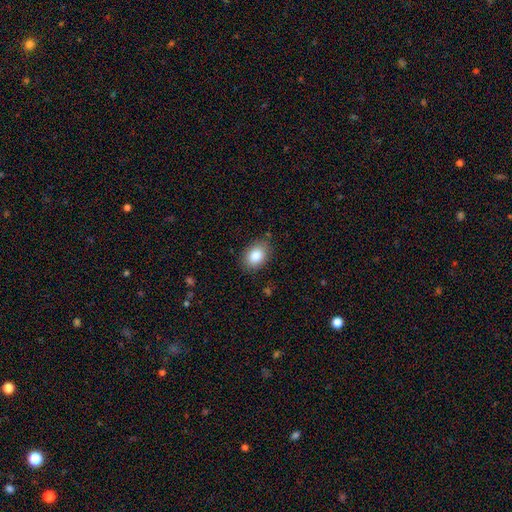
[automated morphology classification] A smooth galaxy with no disk features (86%) that is in between round and cigar-shaped (80%). Merging: none (83%).